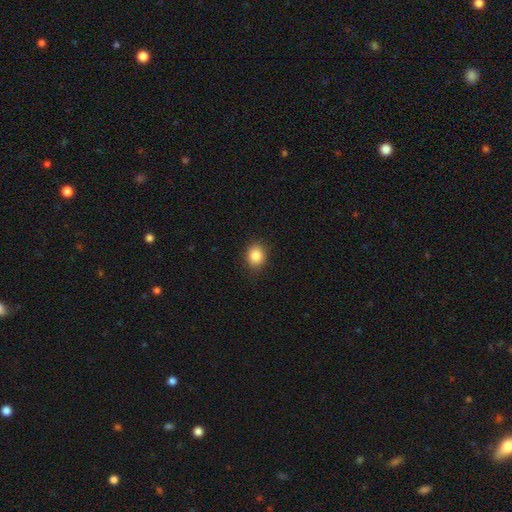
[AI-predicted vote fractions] Smooth or featured? smooth (86%)
How rounded? round (63%)
Merging? none (88%)